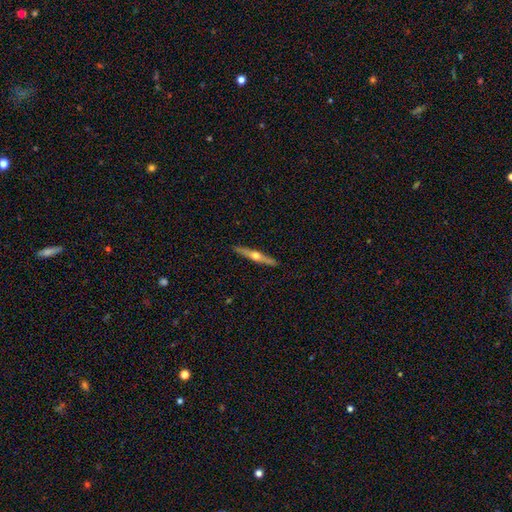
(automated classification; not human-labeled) This is likely a featured or disk galaxy (64%). It is clearly viewed edge-on (96%). Edge-on bulge: clearly rounded (92%). Merging: clearly none (90%).